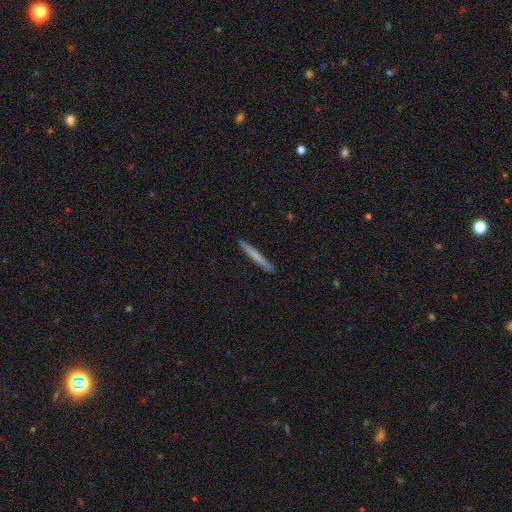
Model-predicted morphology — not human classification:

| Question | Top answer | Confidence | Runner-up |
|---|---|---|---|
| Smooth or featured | smooth | 65% | featured or disk (30%) |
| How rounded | cigar-shaped | 97% | in between (2%) |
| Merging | none | 91% | minor disturbance (7%) |